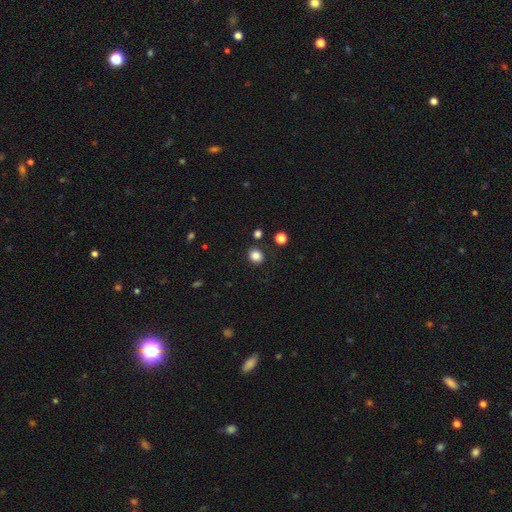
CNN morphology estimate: smooth 84%, star or artifact 12%, featured or disk 4%. Down the decision tree: how rounded — round (74%); merging — none (84%).